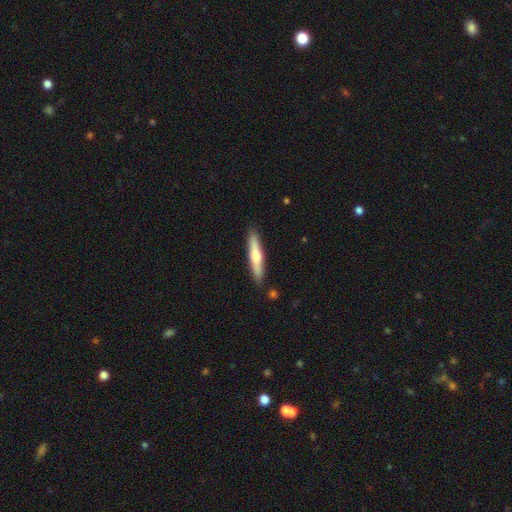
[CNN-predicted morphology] Smooth or featured? smooth (53%)
How rounded? cigar-shaped (88%)
Merging? none (88%)